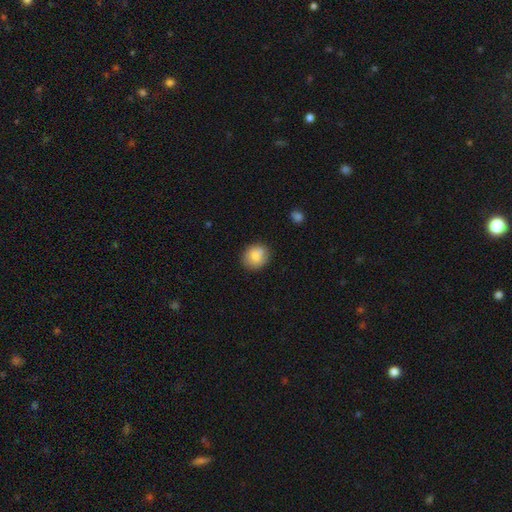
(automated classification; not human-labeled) This appears to be a smooth galaxy with no disk features (78%) that is round (74%). Merging: none (72%).